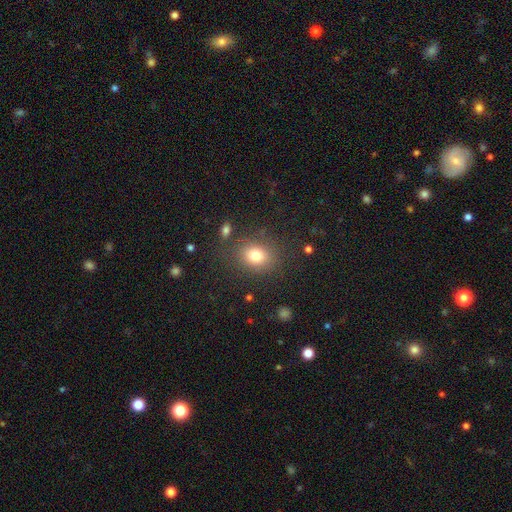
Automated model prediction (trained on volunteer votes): Smooth or featured: smooth — 78% (star or artifact — 12%)
How rounded: round — 52% (in between — 47%)
Merging: none — 81% (minor disturbance — 11%)